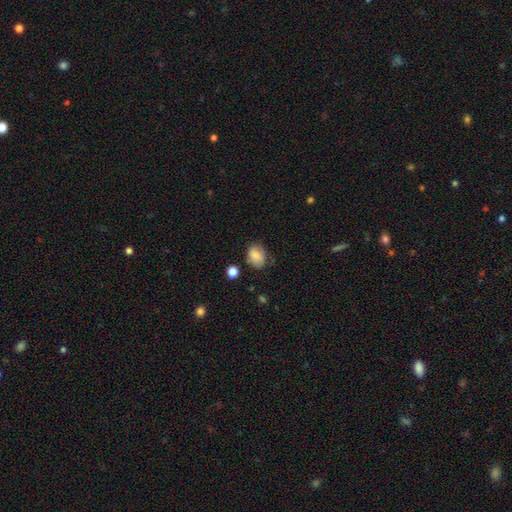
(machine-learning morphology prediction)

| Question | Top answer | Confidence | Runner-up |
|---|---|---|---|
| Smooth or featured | smooth | 81% | featured or disk (10%) |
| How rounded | in between | 56% | round (43%) |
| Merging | none | 68% | minor disturbance (24%) |